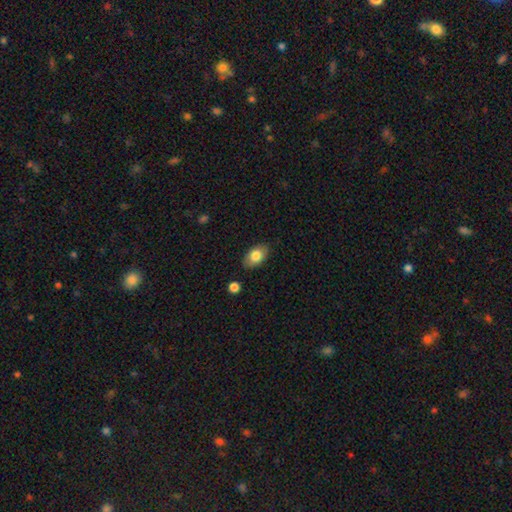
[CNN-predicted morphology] smooth_or_featured: smooth (p=0.80) [alt: featured or disk p=0.13]
how_rounded: in between (p=0.89) [alt: round p=0.09]
merging: none (p=0.83) [alt: minor disturbance p=0.13]